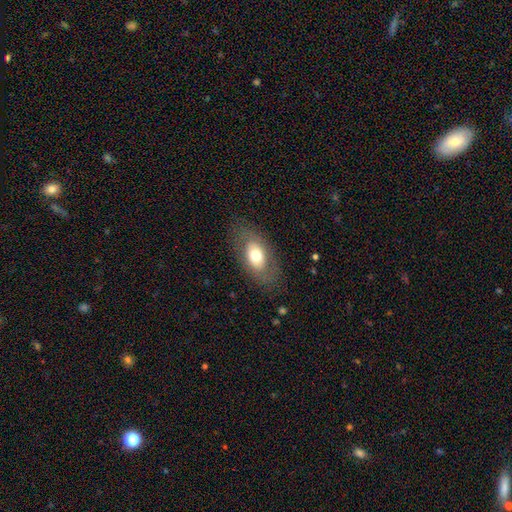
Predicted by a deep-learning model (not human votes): This appears to be a smooth galaxy with no disk features (61%) that is in between round and cigar-shaped (89%). Merging: none (78%).